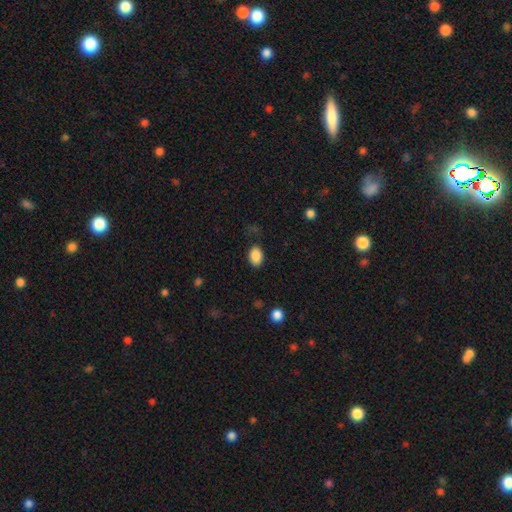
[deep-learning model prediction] Smooth or featured: smooth — 88% (star or artifact — 8%)
How rounded: in between — 81% (round — 18%)
Merging: none — 81% (minor disturbance — 13%)